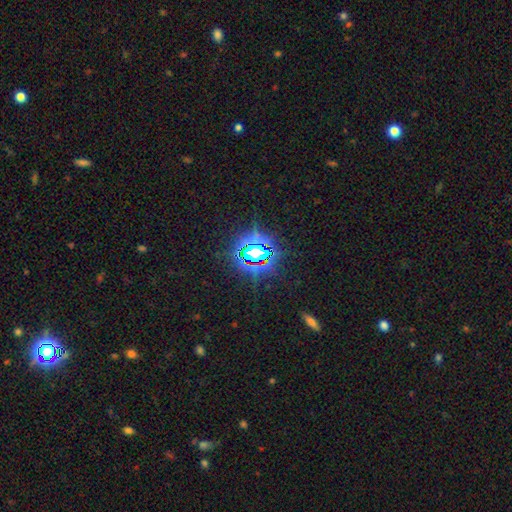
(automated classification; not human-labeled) Smooth or featured: star or artifact — 79% (smooth — 13%)